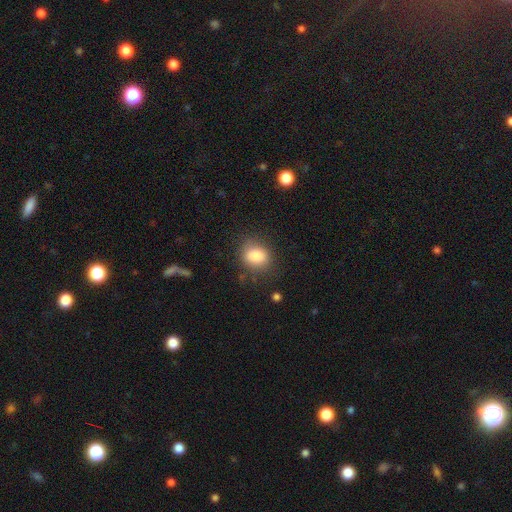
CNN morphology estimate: The model was most divided on "how rounded": round: 53%, in between: 46%, cigar-shaped: 1%. More confident: smooth or featured — smooth (85%); merging — none (76%).